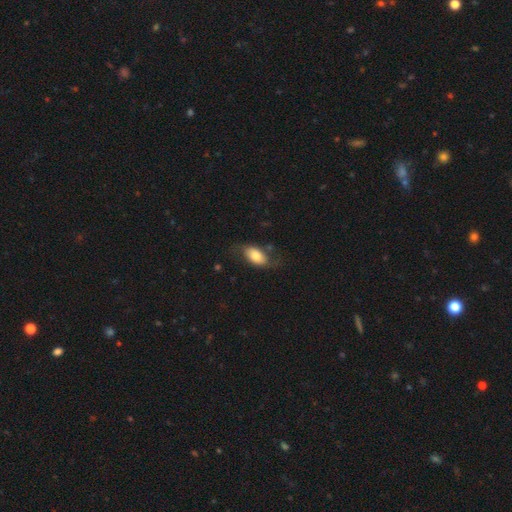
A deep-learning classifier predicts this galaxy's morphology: smooth-or-featured: smooth: 69% | featured or disk: 24% | star or artifact: 7%
  how-rounded: in between: 90% | round: 6% | cigar-shaped: 4%
  merging: none: 59% | minor disturbance: 25% | major disturbance: 14% | merger: 2%